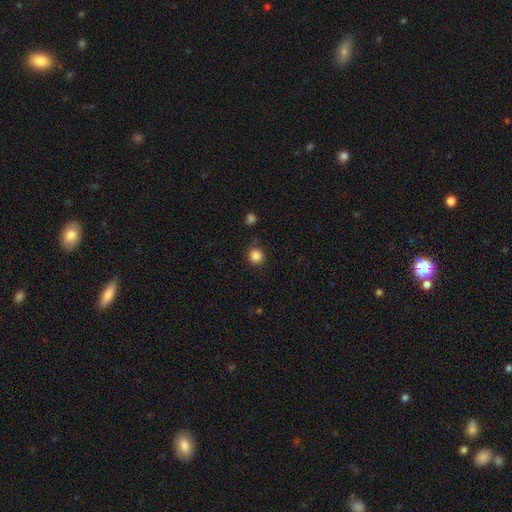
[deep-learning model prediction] A smooth galaxy with no disk features (86%) that is round (93%). Merging: none (85%).